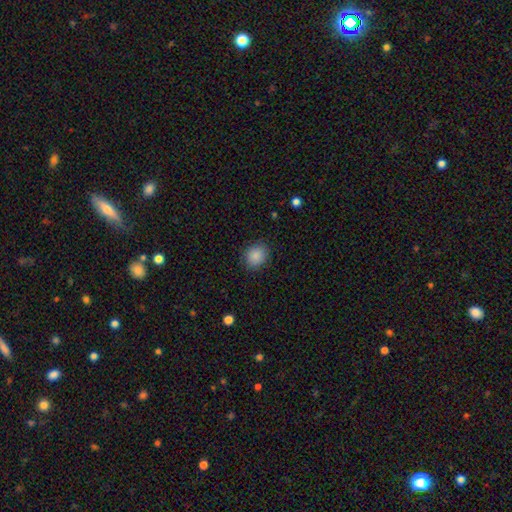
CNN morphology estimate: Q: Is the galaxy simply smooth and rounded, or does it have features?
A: smooth — 88%.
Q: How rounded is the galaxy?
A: round — 70%.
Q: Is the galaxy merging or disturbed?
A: none — 87%.